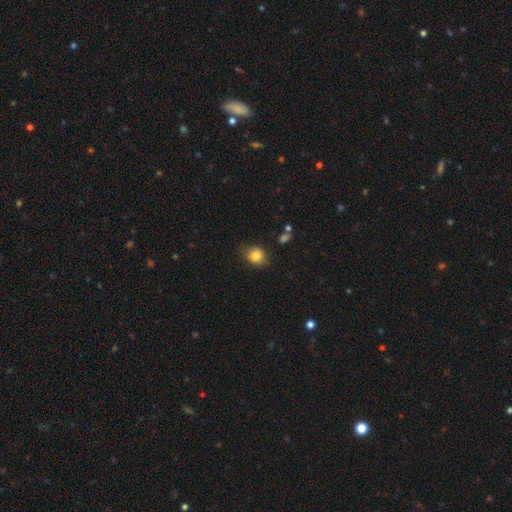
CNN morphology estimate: The model was most divided on "how rounded": round: 62%, in between: 37%, cigar-shaped: 1%. More confident: smooth or featured — smooth (81%); merging — none (70%).